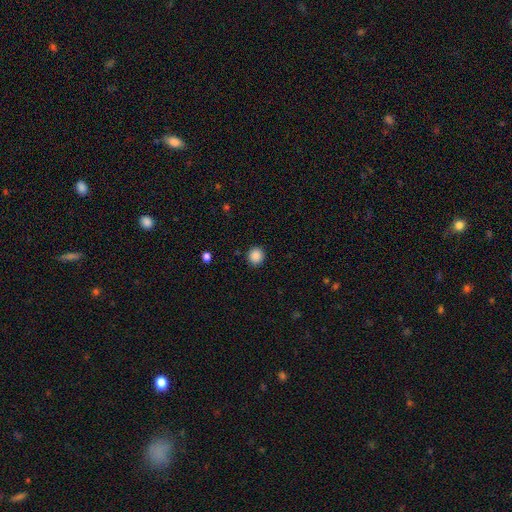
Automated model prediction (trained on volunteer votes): The model was most divided on "smooth or featured": smooth: 87%, star or artifact: 10%, featured or disk: 3%. More confident: how rounded — round (93%); merging — none (92%).